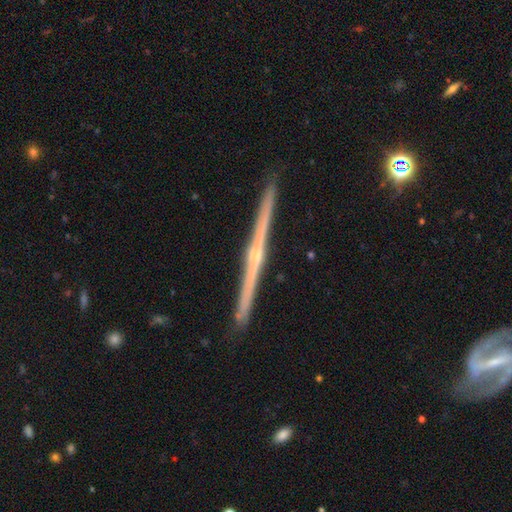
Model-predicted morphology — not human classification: Overall: featured or disk (86%). Edge-on disk: yes (99%). Edge-on bulge: rounded (78%). Merging: none (93%).